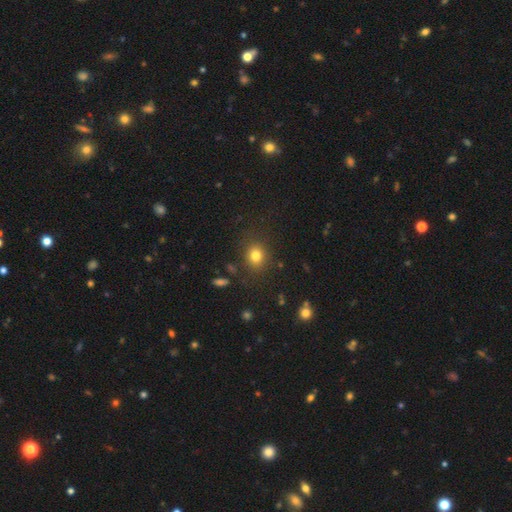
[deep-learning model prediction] Smooth or featured: smooth — 79% (star or artifact — 13%)
How rounded: round — 69% (in between — 30%)
Merging: none — 84% (minor disturbance — 10%)